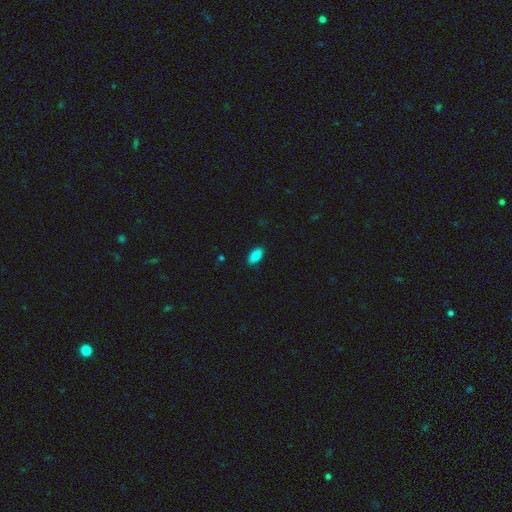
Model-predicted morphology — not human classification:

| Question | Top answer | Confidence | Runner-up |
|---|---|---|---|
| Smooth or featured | smooth | 86% | star or artifact (8%) |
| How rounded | in between | 91% | cigar-shaped (6%) |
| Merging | none | 88% | minor disturbance (9%) |